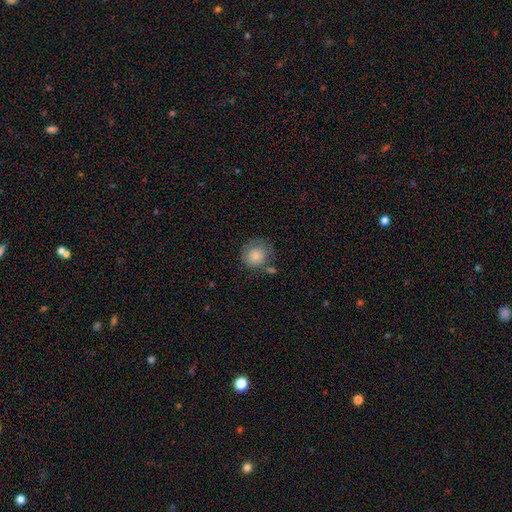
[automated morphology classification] Smooth or featured?
  - smooth: 75% *
  - featured or disk: 17%
  - star or artifact: 8%
How rounded?
  - round: 87% *
  - in between: 12%
  - cigar-shaped: 1%
Merging?
  - none: 60% *
  - minor disturbance: 20%
  - merger: 10%
  - major disturbance: 9%